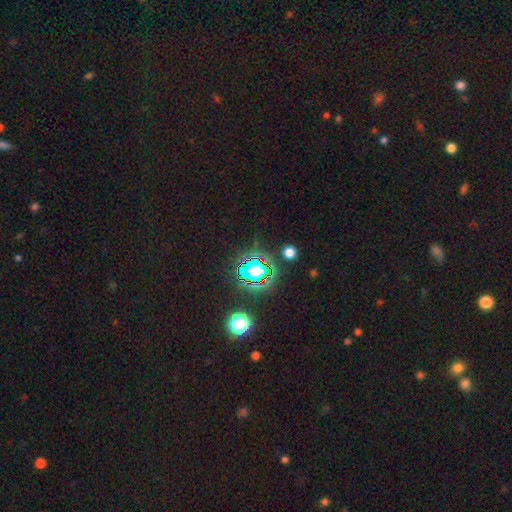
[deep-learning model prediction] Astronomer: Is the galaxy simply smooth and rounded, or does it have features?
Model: star or artifact — 80%.